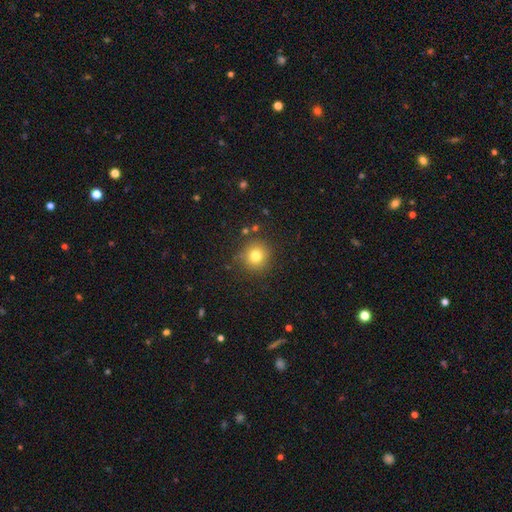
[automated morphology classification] Smooth or featured: smooth — 77% (star or artifact — 14%)
How rounded: round — 92% (in between — 7%)
Merging: none — 86% (minor disturbance — 9%)